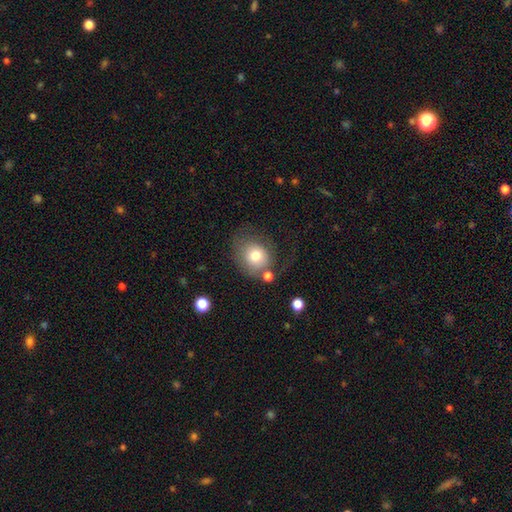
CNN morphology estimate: type=smooth (74%); roundness=round (73%); merging=none (53%).